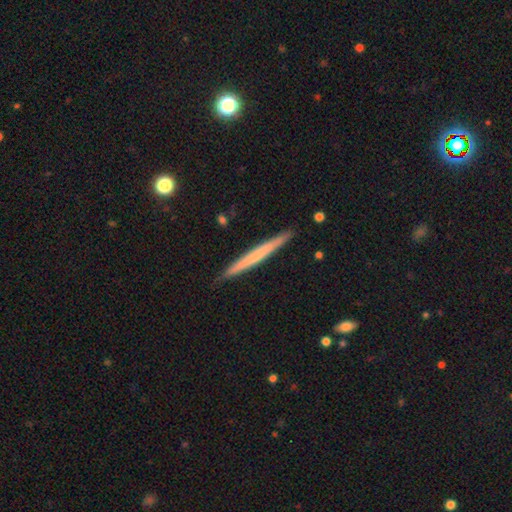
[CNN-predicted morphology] smooth-or-featured: smooth: 50% | featured or disk: 45% | star or artifact: 5%
  how-rounded: cigar-shaped: 97% | in between: 2% | round: 1%
  merging: none: 91% | minor disturbance: 6% | major disturbance: 1% | merger: 1%